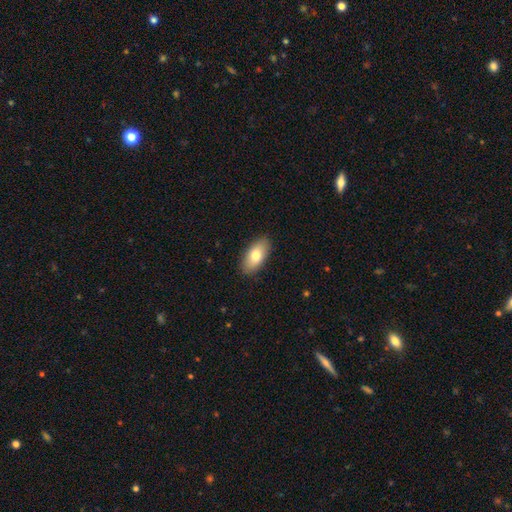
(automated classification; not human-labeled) Smooth or featured?
  - smooth: 77% *
  - featured or disk: 17%
  - star or artifact: 6%
How rounded?
  - in between: 91% *
  - cigar-shaped: 6%
  - round: 3%
Merging?
  - none: 89% *
  - minor disturbance: 8%
  - major disturbance: 2%
  - merger: 1%